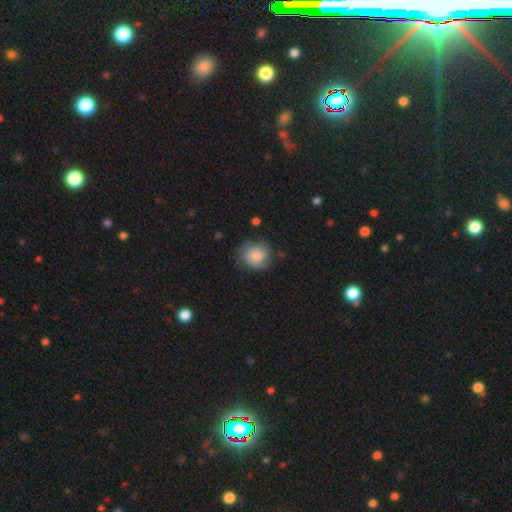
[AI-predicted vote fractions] Q: Smooth or featured?
A: smooth (73%); runner-up: featured or disk (19%)
Q: How rounded?
A: round (79%); runner-up: in between (20%)
Q: Merging?
A: none (67%); runner-up: minor disturbance (24%)